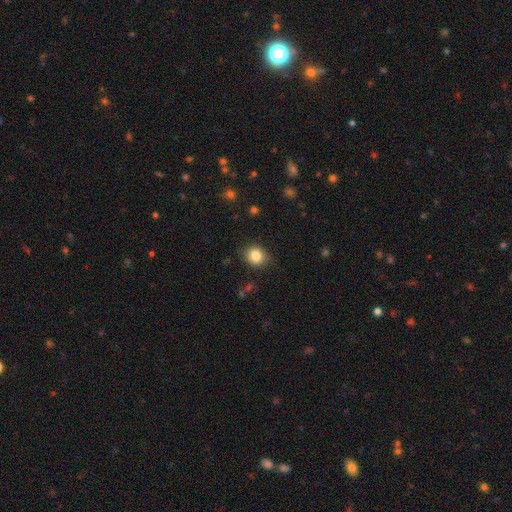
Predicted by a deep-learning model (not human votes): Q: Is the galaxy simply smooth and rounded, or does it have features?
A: smooth — 84%.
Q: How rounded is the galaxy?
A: round — 74%.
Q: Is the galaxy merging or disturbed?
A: none — 83%.